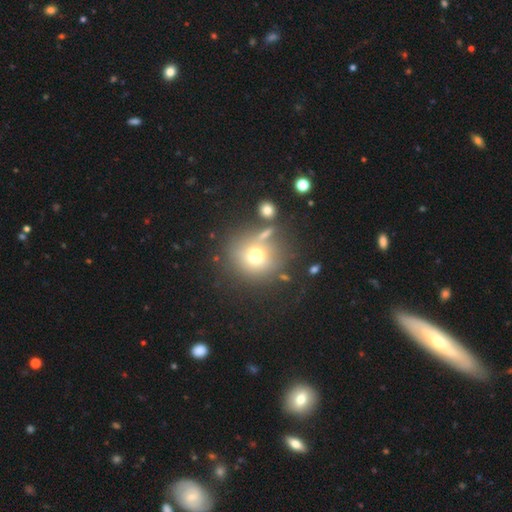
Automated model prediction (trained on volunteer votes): Smooth or featured: smooth — 68% (star or artifact — 16%)
How rounded: round — 88% (in between — 11%)
Merging: none — 67% (merger — 14%)